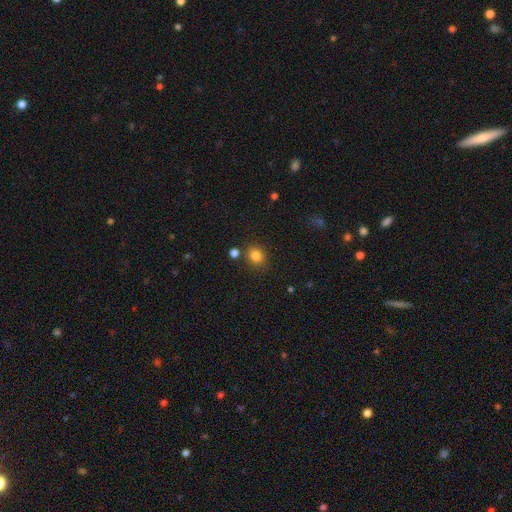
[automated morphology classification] type=smooth (82%); roundness=round (66%); merging=none (81%).